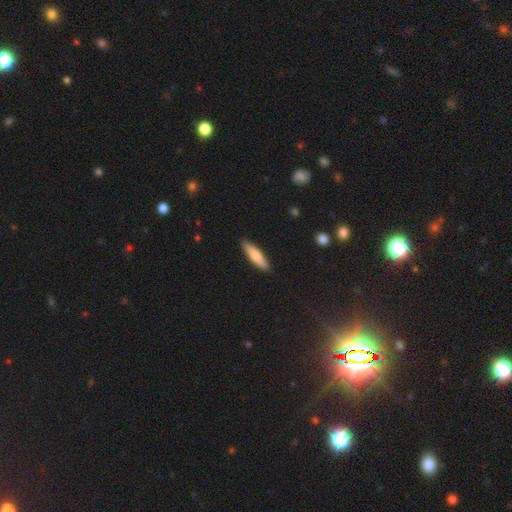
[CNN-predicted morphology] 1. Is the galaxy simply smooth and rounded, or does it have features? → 73% smooth, 22% featured or disk, 5% star or artifact.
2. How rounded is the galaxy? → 73% cigar-shaped, 26% in between, 2% round.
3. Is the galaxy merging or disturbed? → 89% none, 8% minor disturbance, 2% major disturbance, 1% merger.